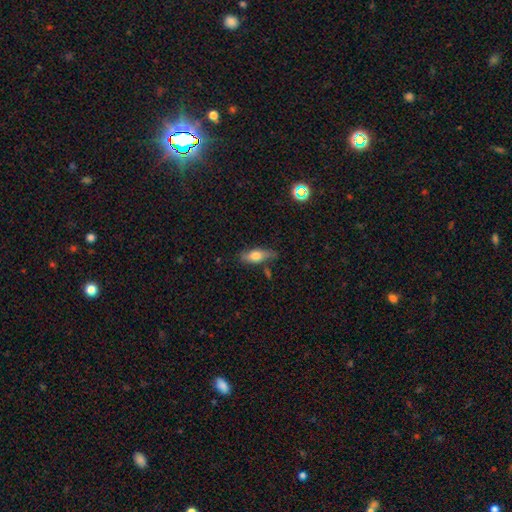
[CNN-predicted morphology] smooth_or_featured: smooth (p=0.66) [alt: featured or disk p=0.26]
how_rounded: in between (p=0.74) [alt: cigar-shaped p=0.22]
merging: none (p=0.67) [alt: minor disturbance p=0.23]